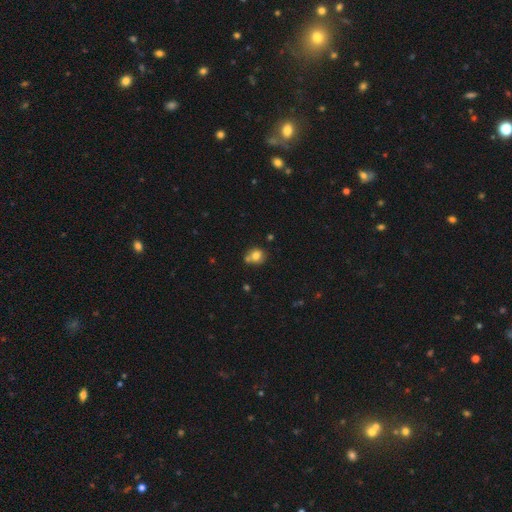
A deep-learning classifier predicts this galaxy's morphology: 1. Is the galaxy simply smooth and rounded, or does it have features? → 77% smooth, 11% featured or disk, 11% star or artifact.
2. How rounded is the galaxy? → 79% round, 20% in between, 1% cigar-shaped.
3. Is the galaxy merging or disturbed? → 55% none, 27% merger, 14% minor disturbance, 4% major disturbance.